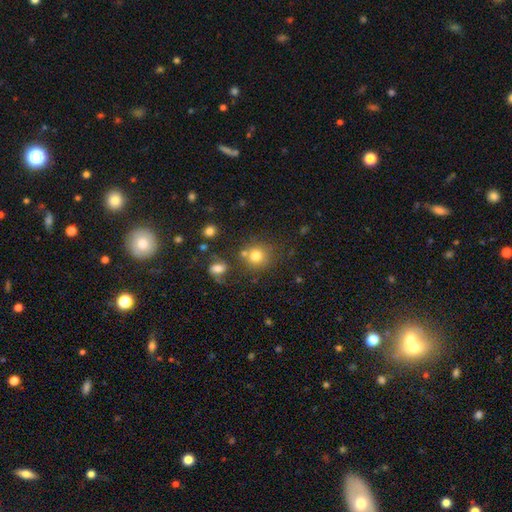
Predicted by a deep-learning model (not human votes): Q: Smooth or featured?
A: smooth (77%); runner-up: star or artifact (13%)
Q: How rounded?
A: round (87%); runner-up: in between (12%)
Q: Merging?
A: none (66%); runner-up: merger (17%)